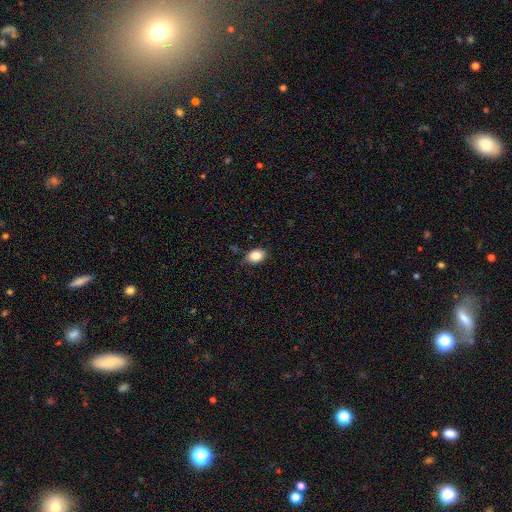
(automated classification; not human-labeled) Smooth or featured? smooth (85%)
How rounded? in between (75%)
Merging? none (80%)